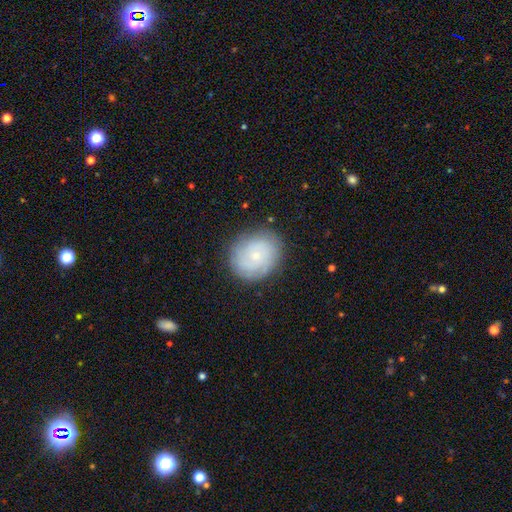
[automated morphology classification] This is likely a featured or disk galaxy (61%). It is clearly not viewed edge-on (98%). Bar: likely no (77%). Spiral arm pattern: clearly yes (90%). Spiral arm count: marginally can't tell (37%). Spiral winding: likely tight (68%). Central bulge: likely small (75%). Merging: clearly none (83%).